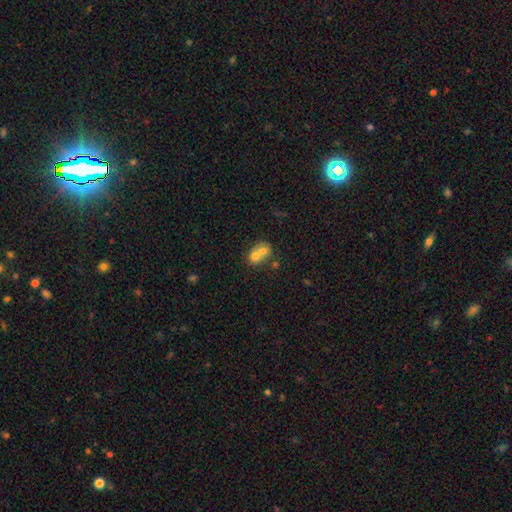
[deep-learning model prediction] Smooth or featured?
  - smooth: 67% *
  - featured or disk: 23%
  - star or artifact: 10%
How rounded?
  - round: 61% *
  - in between: 38%
  - cigar-shaped: 1%
Merging?
  - merger: 70% *
  - none: 21%
  - minor disturbance: 6%
  - major disturbance: 3%